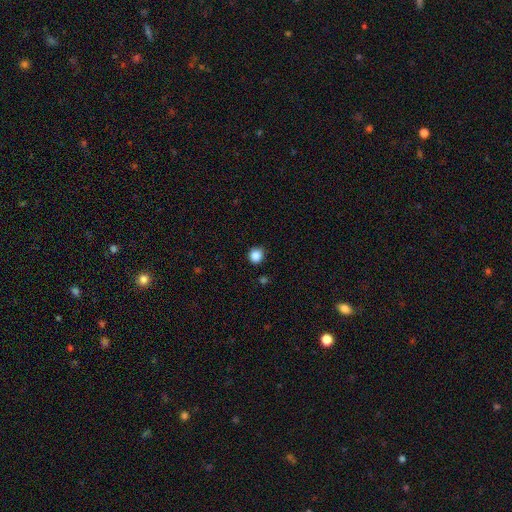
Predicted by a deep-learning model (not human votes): Q: Smooth or featured?
A: smooth (86%); runner-up: star or artifact (11%)
Q: How rounded?
A: round (89%); runner-up: in between (10%)
Q: Merging?
A: none (89%); runner-up: minor disturbance (8%)